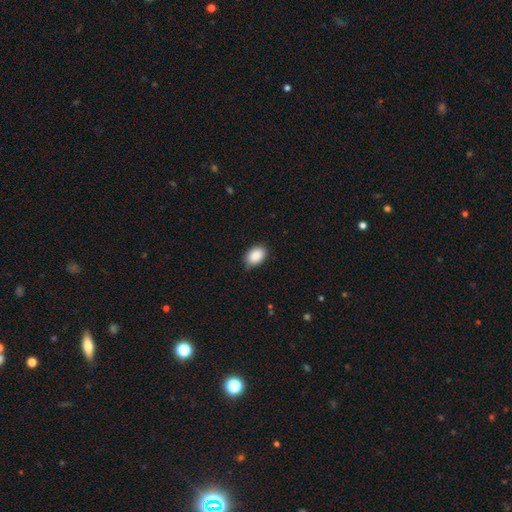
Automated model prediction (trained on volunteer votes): smooth-or-featured: smooth: 90% | star or artifact: 7% | featured or disk: 3%
  how-rounded: in between: 84% | round: 15% | cigar-shaped: 1%
  merging: none: 79% | minor disturbance: 18% | major disturbance: 3% | merger: 1%